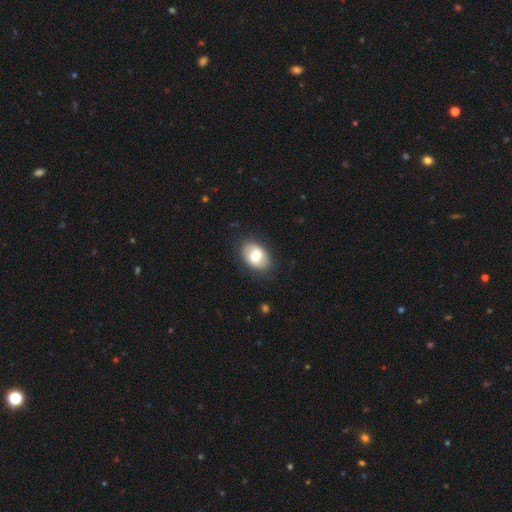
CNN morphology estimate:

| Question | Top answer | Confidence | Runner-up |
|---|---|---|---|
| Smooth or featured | smooth | 69% | featured or disk (24%) |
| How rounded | in between | 80% | round (18%) |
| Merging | none | 84% | minor disturbance (12%) |